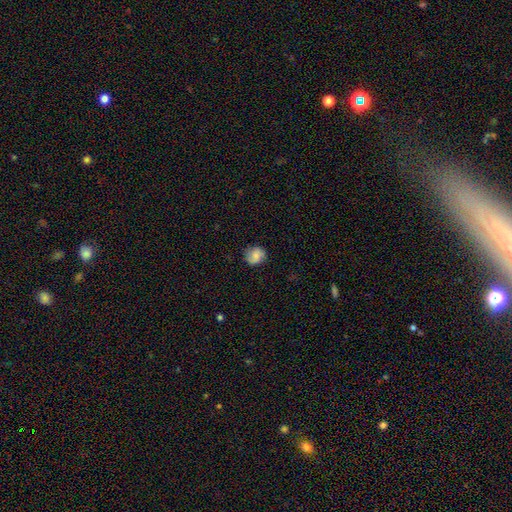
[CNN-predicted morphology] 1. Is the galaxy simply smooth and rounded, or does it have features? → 70% smooth, 21% featured or disk, 9% star or artifact.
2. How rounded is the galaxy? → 80% round, 19% in between, 1% cigar-shaped.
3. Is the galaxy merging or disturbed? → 77% none, 18% minor disturbance, 4% major disturbance, 1% merger.